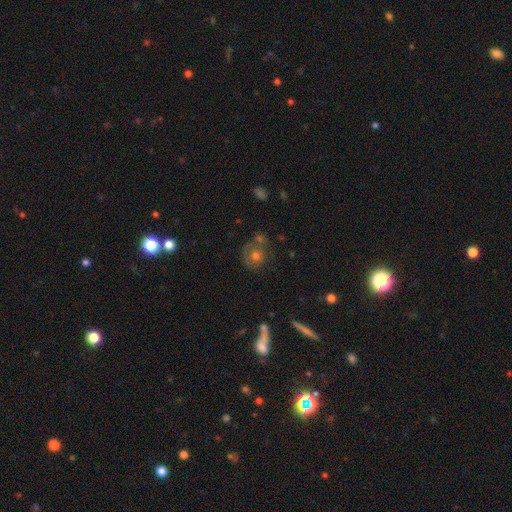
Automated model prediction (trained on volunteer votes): smooth-or-featured: smooth: 51% | featured or disk: 35% | star or artifact: 14%
  how-rounded: round: 82% | in between: 17% | cigar-shaped: 1%
  merging: none: 57% | merger: 17% | minor disturbance: 17% | major disturbance: 9%